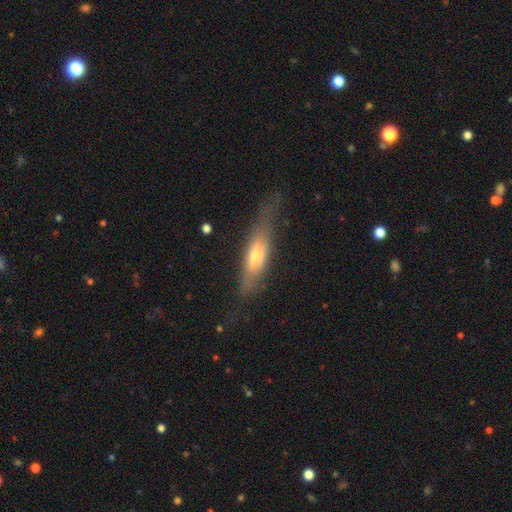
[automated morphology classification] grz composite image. It shows a featured or disk galaxy (48%). Merging: none (61%).